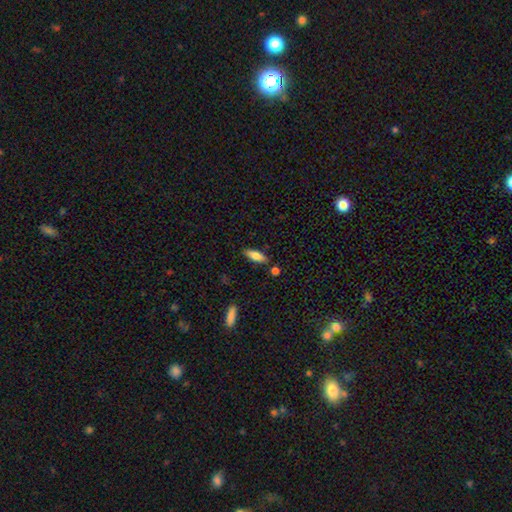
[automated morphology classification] smooth 78%, featured or disk 16%, star or artifact 7%. Down the decision tree: how rounded — in between (65%); merging — none (81%).